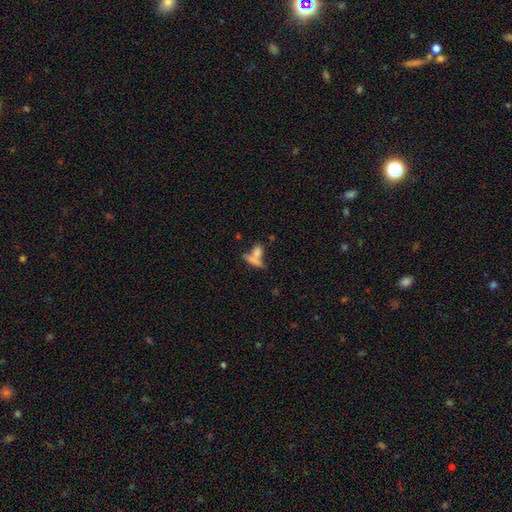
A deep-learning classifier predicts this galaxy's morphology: smooth 70%, featured or disk 19%, star or artifact 11%. Down the decision tree: how rounded — in between (49%); merging — merger (53%).